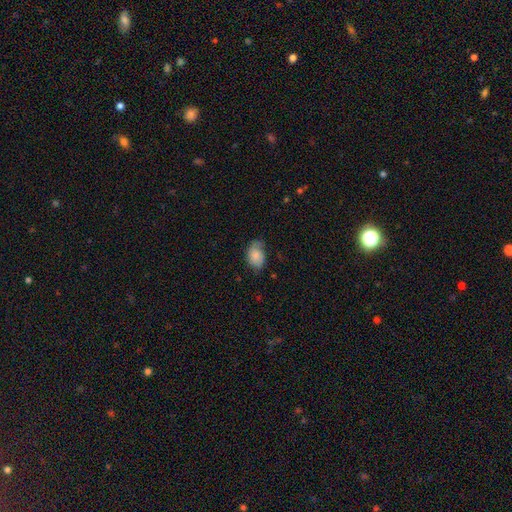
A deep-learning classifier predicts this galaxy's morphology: smooth_or_featured: smooth (p=0.76) [alt: featured or disk p=0.16]
how_rounded: in between (p=0.84) [alt: round p=0.15]
merging: none (p=0.52) [alt: minor disturbance p=0.35]